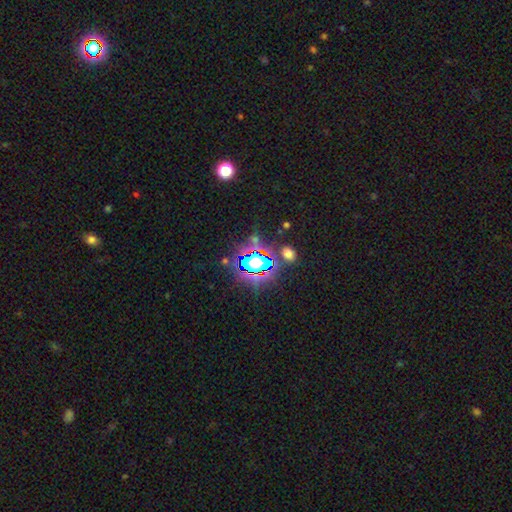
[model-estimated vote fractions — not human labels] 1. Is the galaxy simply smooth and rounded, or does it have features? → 81% star or artifact, 12% smooth, 7% featured or disk.